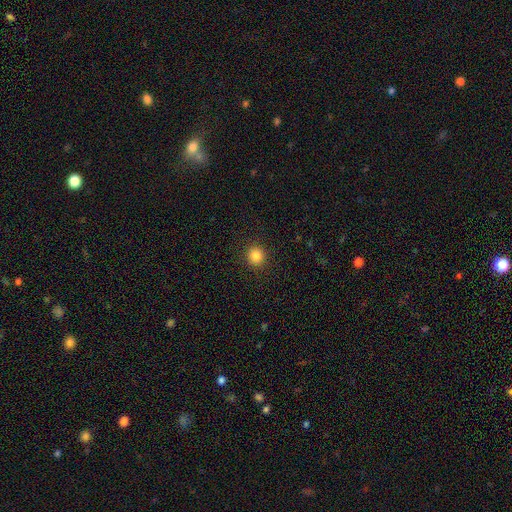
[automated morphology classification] type=smooth (84%); roundness=round (90%); merging=none (92%).